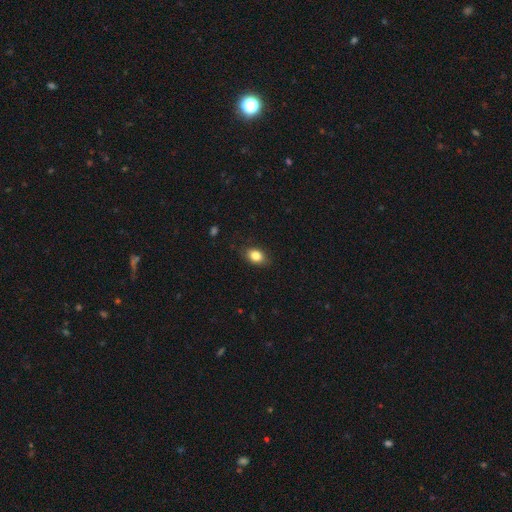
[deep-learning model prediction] A smooth galaxy with no disk features (83%) that is in between round and cigar-shaped (76%). Merging: none (84%).